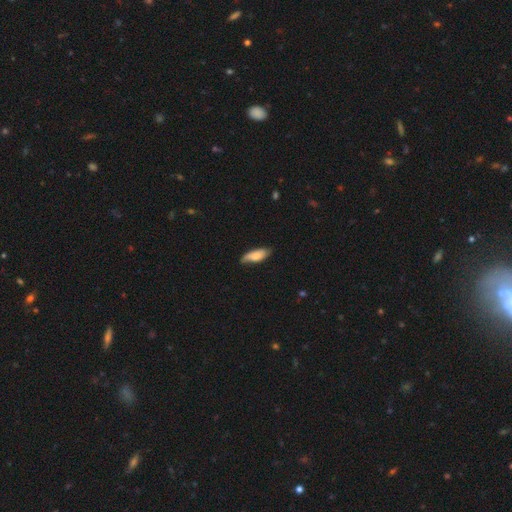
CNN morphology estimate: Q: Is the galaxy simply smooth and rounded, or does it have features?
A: smooth — 73%.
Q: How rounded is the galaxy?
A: in between — 66%.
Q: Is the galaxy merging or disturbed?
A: none — 68%.